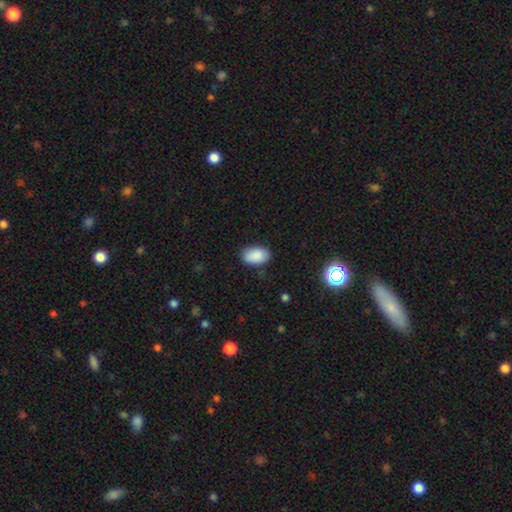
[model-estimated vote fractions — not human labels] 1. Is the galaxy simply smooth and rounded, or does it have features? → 89% smooth, 7% star or artifact, 4% featured or disk.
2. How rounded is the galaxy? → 93% in between, 6% round, 1% cigar-shaped.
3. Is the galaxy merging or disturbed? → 83% none, 13% minor disturbance, 3% major disturbance, 1% merger.